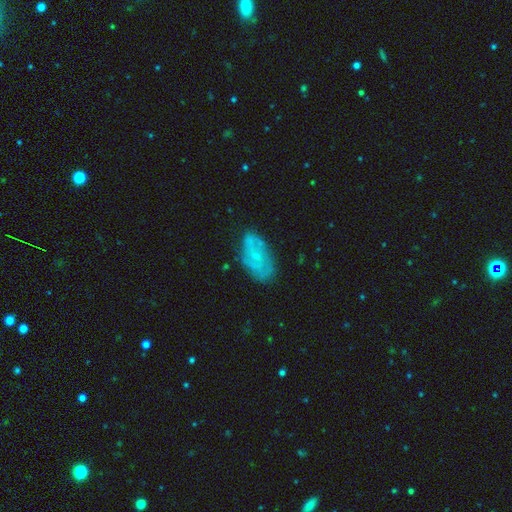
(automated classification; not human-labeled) This appears to be a featured or disk galaxy (62%) with no bar (71%), spiral arms (68%) and a small central bulge (76%). Merging: none (70%).